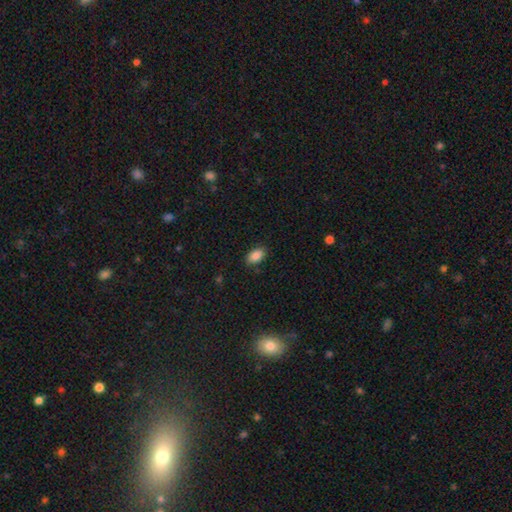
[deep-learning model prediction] A smooth galaxy with no disk features (87%) that is in between round and cigar-shaped (92%). Merging: none (85%).